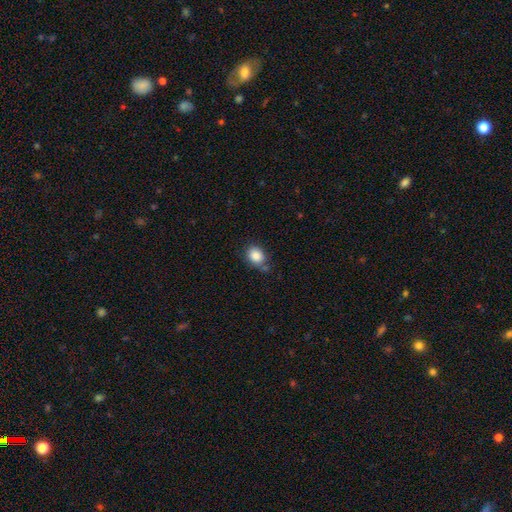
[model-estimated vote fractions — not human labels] The model was most divided on "how rounded": in between: 53%, round: 46%, cigar-shaped: 1%. More confident: smooth or featured — smooth (86%); merging — none (64%).